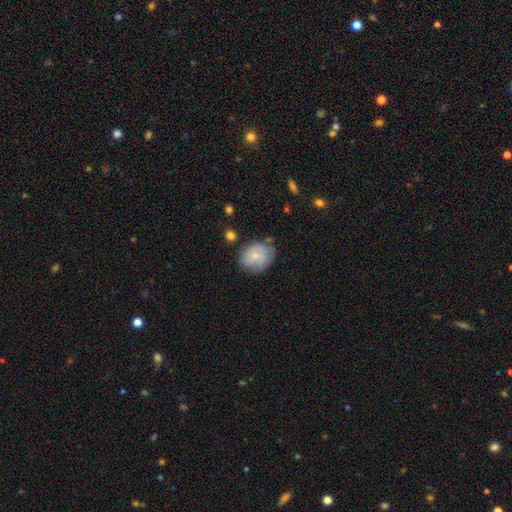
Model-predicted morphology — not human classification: Overall: smooth (65%; featured or disk 27%). How rounded: round (52%; in between 47%). Merging: none (64%; minor disturbance 24%).